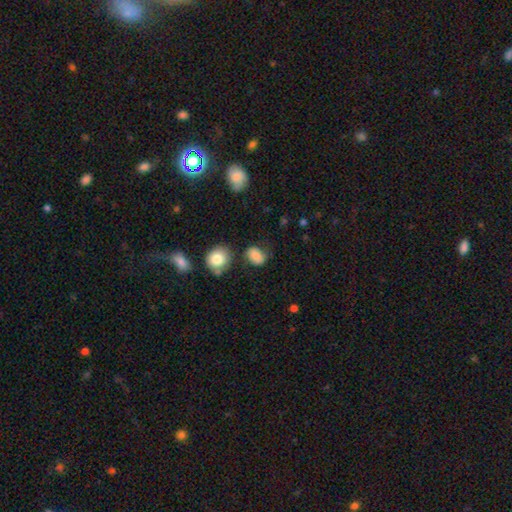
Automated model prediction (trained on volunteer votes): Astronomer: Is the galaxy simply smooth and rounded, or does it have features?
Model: smooth — 82%.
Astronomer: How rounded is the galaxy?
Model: in between — 63%.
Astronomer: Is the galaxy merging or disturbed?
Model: none — 63%.